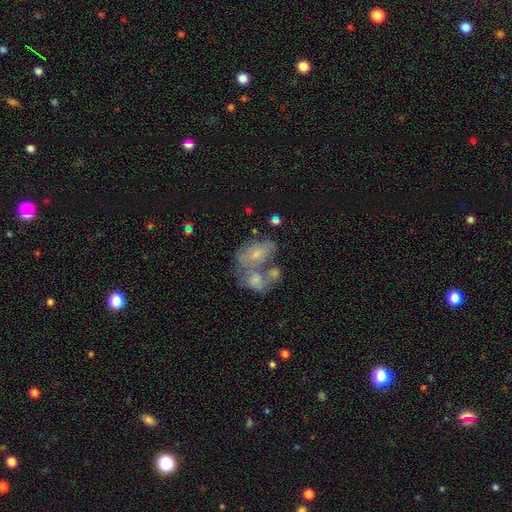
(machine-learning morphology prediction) Smooth or featured? Predicted: smooth (p=0.46). Merging? Predicted: merger (p=0.57).